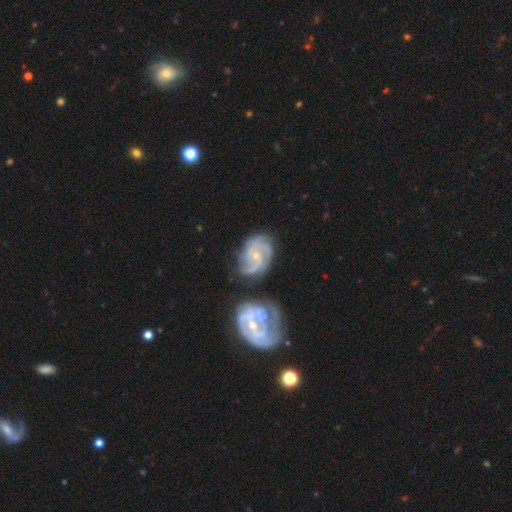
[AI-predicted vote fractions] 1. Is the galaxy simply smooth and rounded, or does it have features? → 87% featured or disk, 8% smooth, 5% star or artifact.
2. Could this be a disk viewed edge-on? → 98% no, 2% yes.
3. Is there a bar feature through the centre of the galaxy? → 61% no, 33% weak, 6% strong.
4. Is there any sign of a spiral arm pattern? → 96% yes, 4% no.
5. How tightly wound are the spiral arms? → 46% medium, 37% tight, 16% loose.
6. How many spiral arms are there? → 37% 3, 24% 2, 18% can't tell, 10% 4, 5% 1, 5% more than 4.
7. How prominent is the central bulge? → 73% small, 23% moderate, 2% none, 1% large, 1% dominant.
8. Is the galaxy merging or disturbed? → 53% none, 21% minor disturbance, 16% merger, 10% major disturbance.